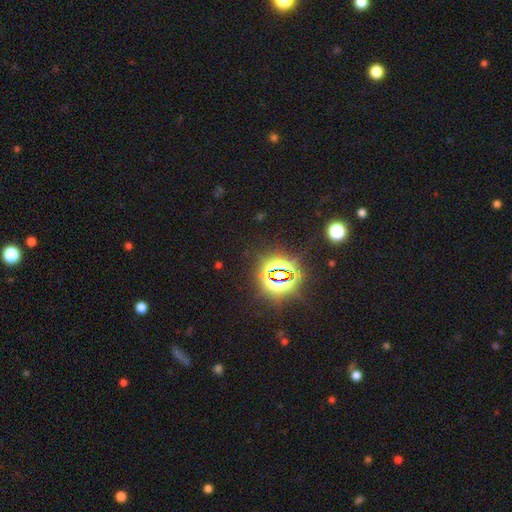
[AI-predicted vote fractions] The model was most divided on "smooth or featured": star or artifact: 80%, smooth: 12%, featured or disk: 7%.